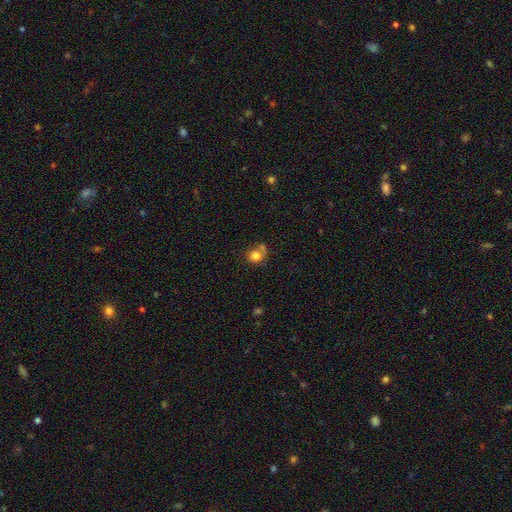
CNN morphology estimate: Smooth or featured? Predicted: smooth (p=0.78). How rounded? Predicted: round (p=0.77). Merging? Predicted: none (p=0.48).